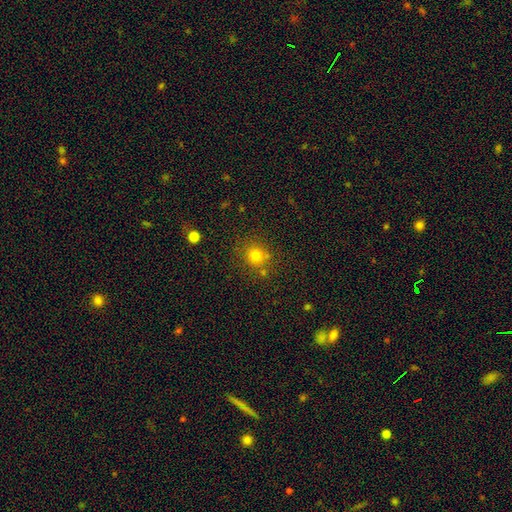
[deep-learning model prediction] smooth 77%, star or artifact 16%, featured or disk 7%. Down the decision tree: how rounded — round (87%); merging — none (77%).